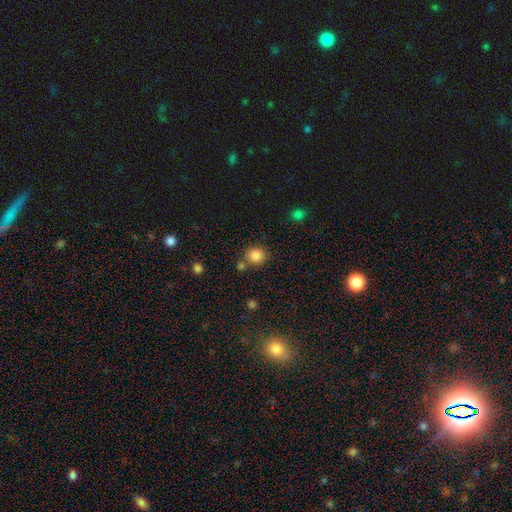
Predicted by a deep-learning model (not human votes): This is clearly a smooth galaxy (86%). How rounded: clearly round (82%). Merging: likely none (72%).